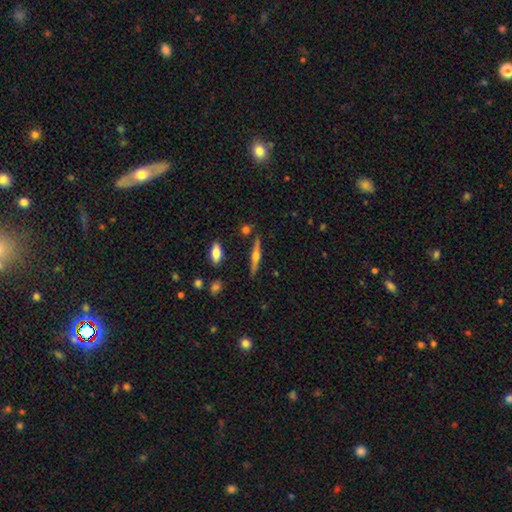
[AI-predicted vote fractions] featured or disk 68%, smooth 26%, star or artifact 7%. Down the decision tree: edge-on disk — yes (97%); edge-on bulge — rounded (92%); merging — none (85%).